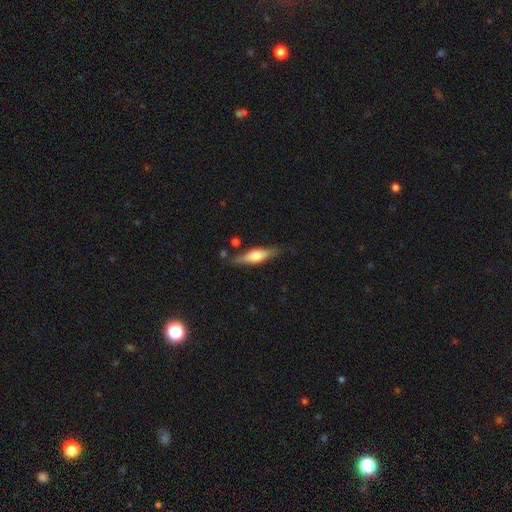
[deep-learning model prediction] Smooth or featured? Predicted: featured or disk (p=0.49). Merging? Predicted: none (p=0.77).